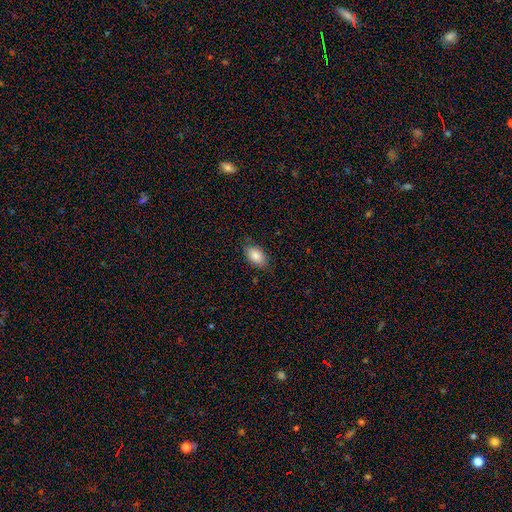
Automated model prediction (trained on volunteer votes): smooth-or-featured: smooth: 85% | featured or disk: 8% | star or artifact: 7%
  how-rounded: in between: 91% | round: 7% | cigar-shaped: 2%
  merging: none: 76% | minor disturbance: 19% | major disturbance: 4% | merger: 1%